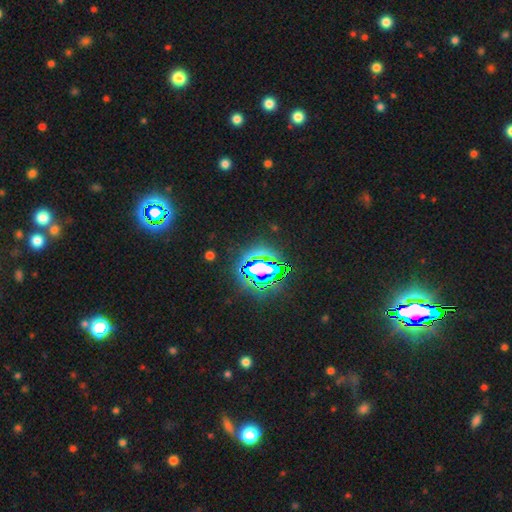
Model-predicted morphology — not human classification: Smooth or featured?
  - star or artifact: 76% *
  - smooth: 14%
  - featured or disk: 10%